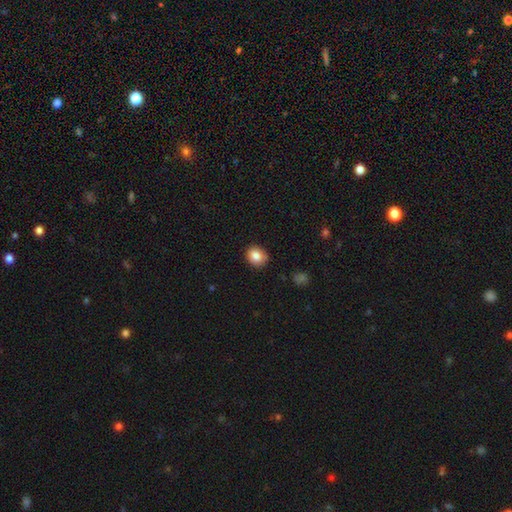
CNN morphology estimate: A smooth galaxy with no disk features (85%) that is round (67%). Merging: none (86%).